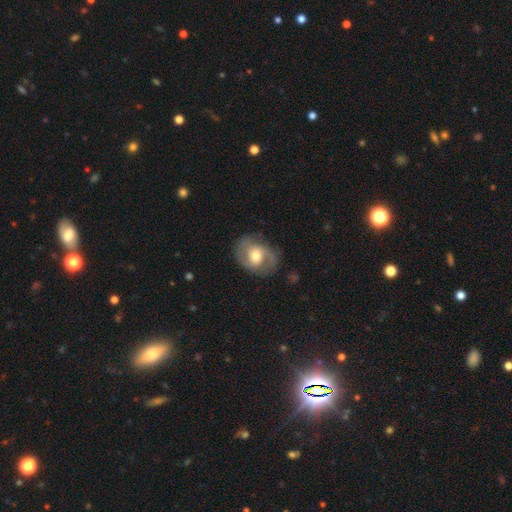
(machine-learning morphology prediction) The model was most divided on "bar": no: 55%, weak: 35%, strong: 10%. Remaining: edge-on disk — no (97%); spiral arms — yes (85%); spiral arm count — 2 (84%); merging — none (75%); smooth or featured — featured or disk (70%); bulge size — moderate (70%); spiral winding — medium (49%).